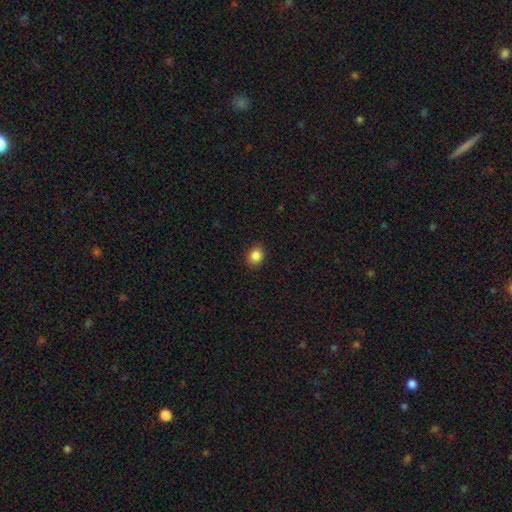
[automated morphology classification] Overall: smooth (86%). How rounded: round (67%; in between 32%). Merging: none (89%).